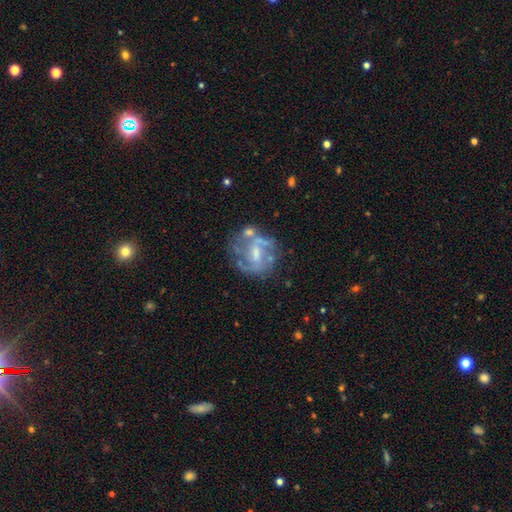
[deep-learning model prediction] This appears to be a featured or disk galaxy (73%) with a weak bar (49%), spiral arms (64%) and a moderate central bulge (42%). Merging: none (51%).